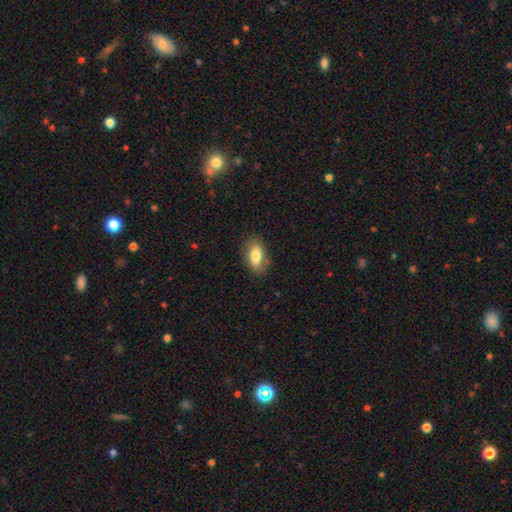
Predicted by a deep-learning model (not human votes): This appears to be a smooth galaxy with no disk features (79%) that is in between round and cigar-shaped (89%). Merging: none (82%).